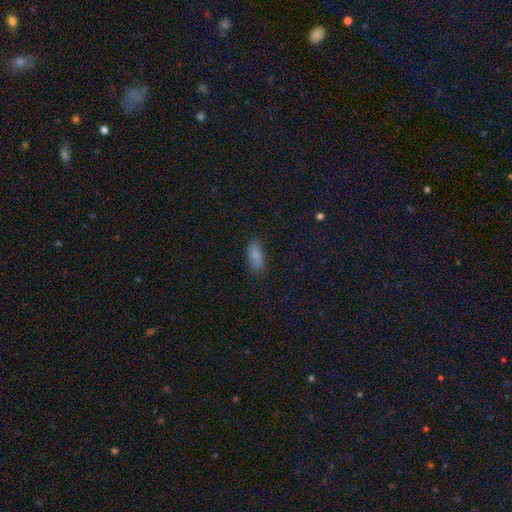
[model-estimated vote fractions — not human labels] Morphology: type=smooth (82%); roundness=in between (83%); merging=none (76%).